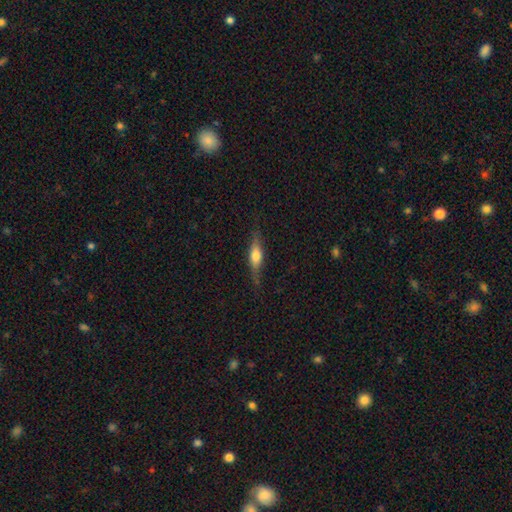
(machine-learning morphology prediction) The model was most divided on "smooth or featured": smooth: 50%, featured or disk: 43%, star or artifact: 7%. More confident: merging — none (77%); how rounded — cigar-shaped (61%).